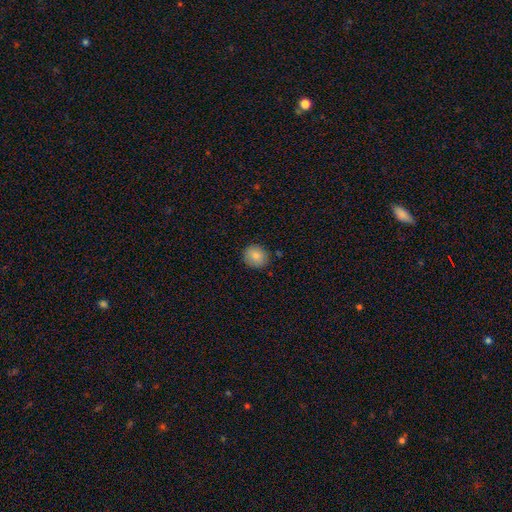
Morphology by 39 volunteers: Q: Smooth or featured?
A: smooth (85%); runner-up: star or artifact (10%)
Q: How rounded?
A: round (79%); runner-up: in between (21%)
Q: Merging?
A: none (86%); runner-up: minor disturbance (11%)